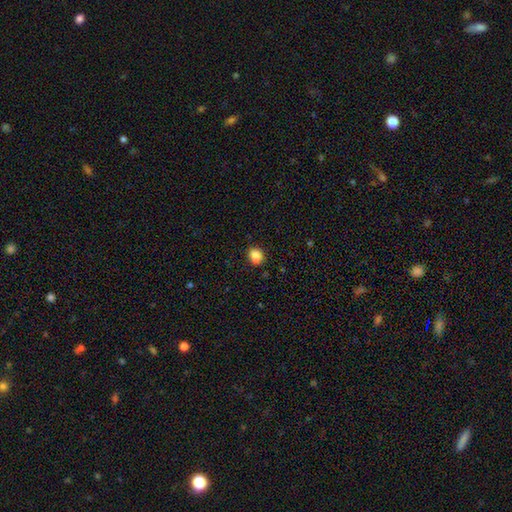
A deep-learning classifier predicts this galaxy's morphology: smooth_or_featured: smooth (p=0.82) [alt: star or artifact p=0.11]
how_rounded: round (p=0.61) [alt: in between p=0.38]
merging: none (p=0.65) [alt: minor disturbance p=0.19]